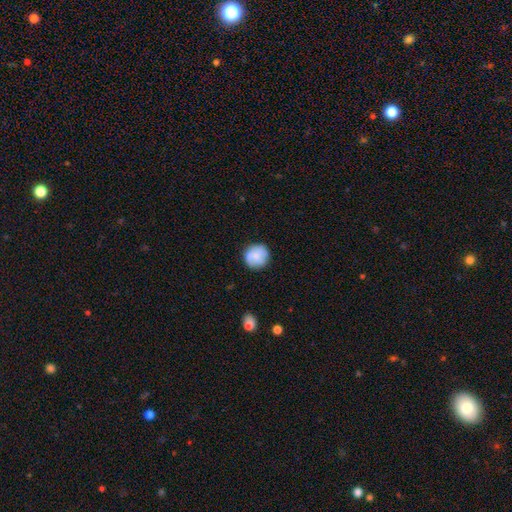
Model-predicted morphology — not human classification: smooth_or_featured: smooth (p=0.68) [alt: featured or disk p=0.25]
how_rounded: round (p=0.90) [alt: in between p=0.09]
merging: none (p=0.76) [alt: minor disturbance p=0.16]